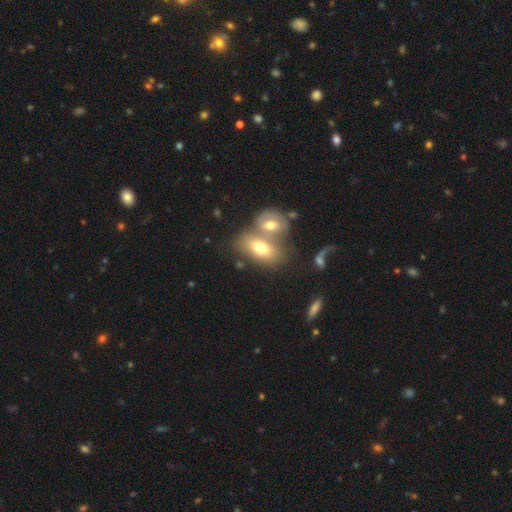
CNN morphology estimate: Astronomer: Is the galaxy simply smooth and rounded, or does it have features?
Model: smooth — 50% (runner-up: featured or disk, 33%).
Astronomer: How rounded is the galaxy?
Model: in between — 76%.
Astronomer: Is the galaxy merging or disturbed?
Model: merger — 48% (runner-up: none, 38%).